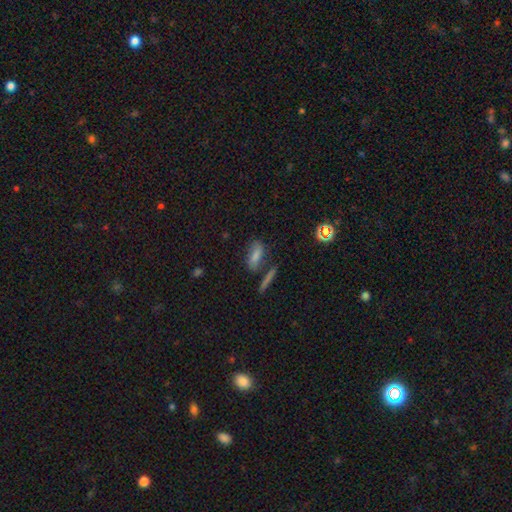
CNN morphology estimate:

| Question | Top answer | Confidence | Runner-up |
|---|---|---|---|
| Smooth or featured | smooth | 61% | featured or disk (22%) |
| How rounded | in between | 68% | cigar-shaped (24%) |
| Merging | none | 62% | minor disturbance (16%) |